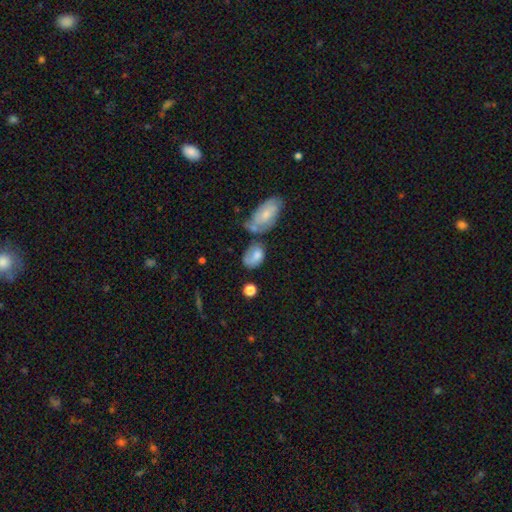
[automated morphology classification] Smooth or featured? smooth (69%)
How rounded? in between (78%)
Merging? none (31%)